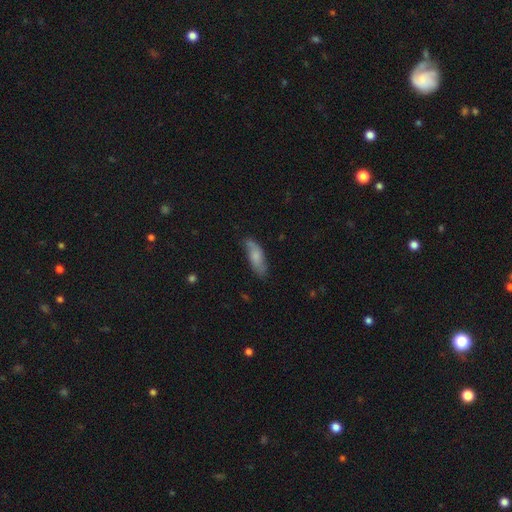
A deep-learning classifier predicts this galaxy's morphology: A smooth galaxy with no disk features (63%) that is in between round and cigar-shaped (59%).

Vote fractions:
- Smooth or featured? smooth: 63% / featured or disk: 31% / star or artifact: 7%
- How rounded? in between: 59% / cigar-shaped: 39% / round: 2%
- Merging? none: 73% / minor disturbance: 21% / major disturbance: 5% / merger: 2%